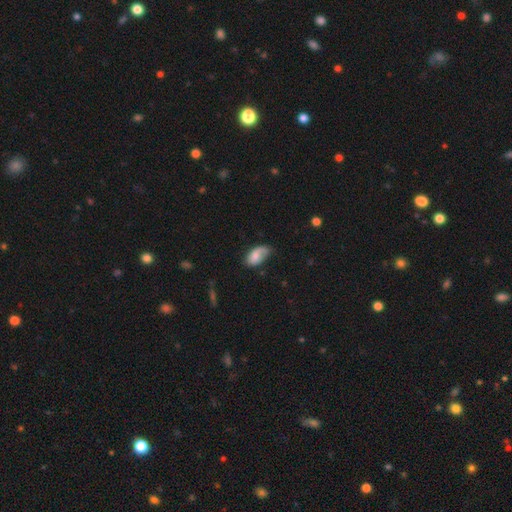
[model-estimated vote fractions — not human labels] A smooth galaxy with no disk features (62%) that is in between round and cigar-shaped (93%).

Vote fractions:
- Smooth or featured? smooth: 62% / featured or disk: 31% / star or artifact: 7%
- How rounded? in between: 93% / round: 5% / cigar-shaped: 3%
- Merging? none: 50% / minor disturbance: 34% / major disturbance: 13% / merger: 3%